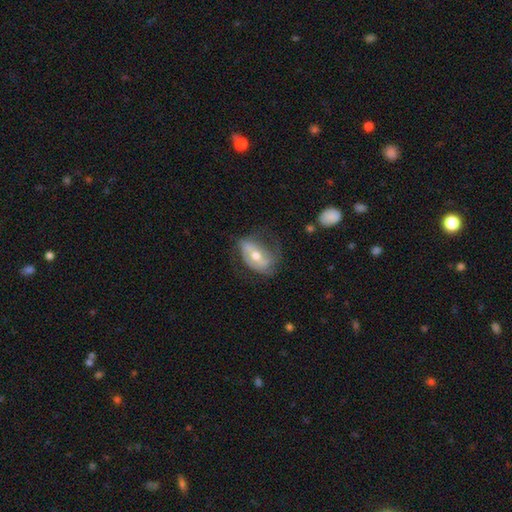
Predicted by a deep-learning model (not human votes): A featured or disk galaxy (64%) with a strong bar (42%), spiral arms (68%) and a moderate central bulge (68%). Merging: none (47%).